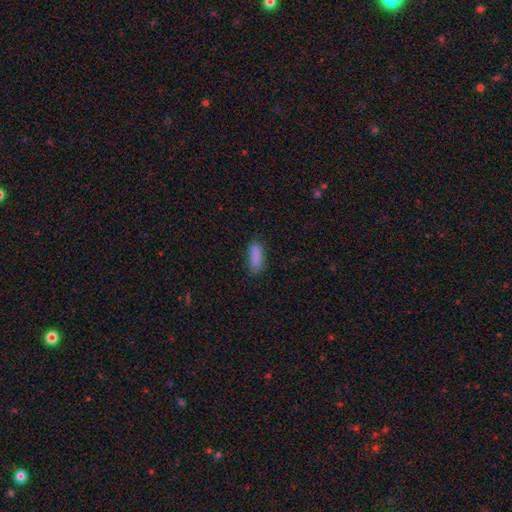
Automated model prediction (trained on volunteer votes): Smooth or featured: smooth — 85% (star or artifact — 9%)
How rounded: in between — 65% (cigar-shaped — 32%)
Merging: none — 68% (minor disturbance — 22%)